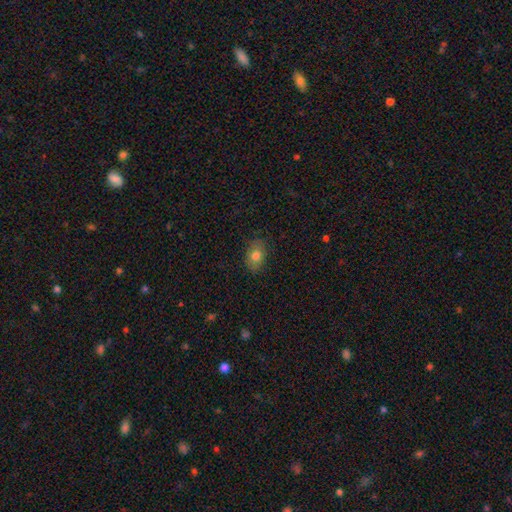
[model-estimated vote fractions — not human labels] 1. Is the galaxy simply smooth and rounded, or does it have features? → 79% smooth, 12% featured or disk, 9% star or artifact.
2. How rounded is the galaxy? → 81% in between, 18% round, 1% cigar-shaped.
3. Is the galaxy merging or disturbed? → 82% none, 14% minor disturbance, 3% major disturbance, 1% merger.